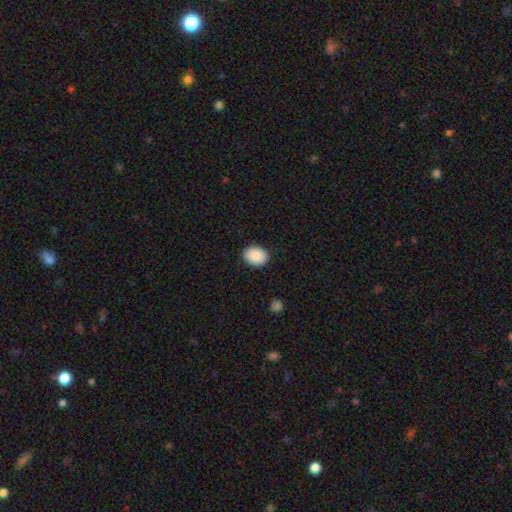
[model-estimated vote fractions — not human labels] Overall: smooth (90%). How rounded: in between (55%; round 45%). Merging: none (89%).